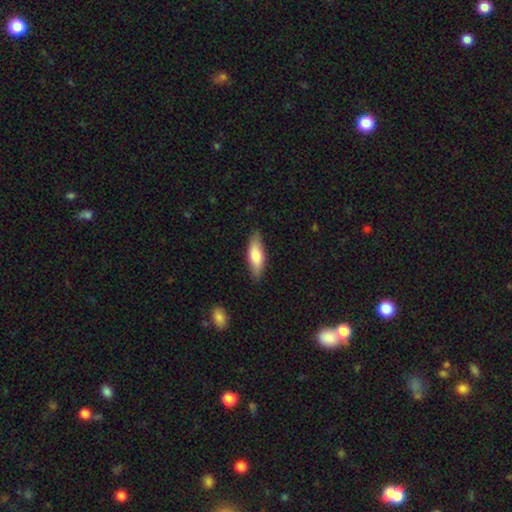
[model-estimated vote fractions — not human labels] Q: Smooth or featured?
A: smooth (74%); runner-up: featured or disk (21%)
Q: How rounded?
A: in between (57%); runner-up: cigar-shaped (41%)
Q: Merging?
A: none (83%); runner-up: minor disturbance (13%)